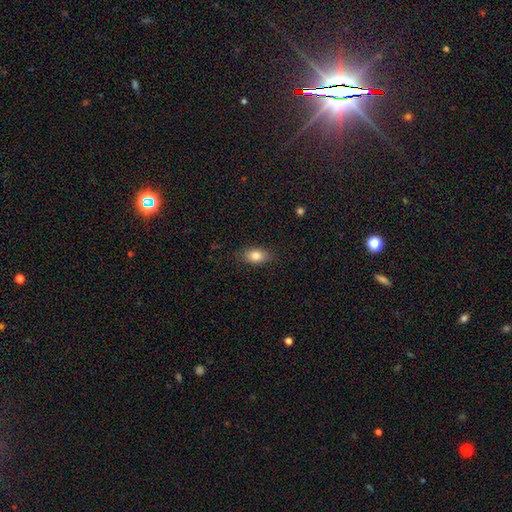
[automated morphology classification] Smooth or featured? smooth (84%)
How rounded? in between (87%)
Merging? none (85%)